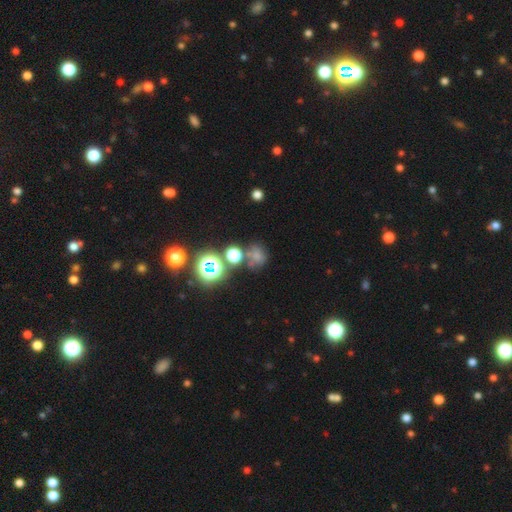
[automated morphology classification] This appears to be a smooth galaxy with no disk features (55%) that is round (73%). Merging: none (52%).